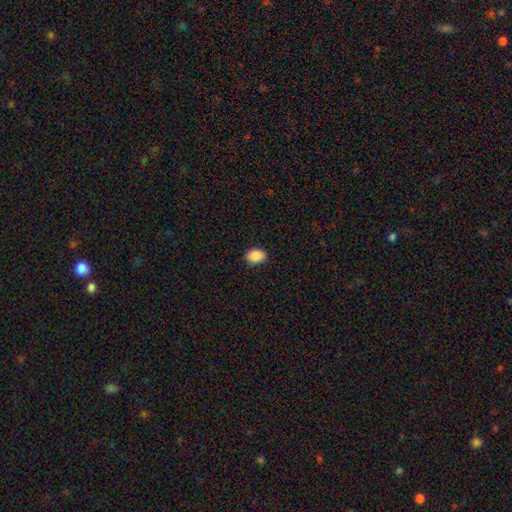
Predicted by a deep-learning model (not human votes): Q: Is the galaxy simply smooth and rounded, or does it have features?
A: smooth — 89%.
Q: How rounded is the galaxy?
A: in between — 74%.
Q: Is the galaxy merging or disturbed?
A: none — 86%.